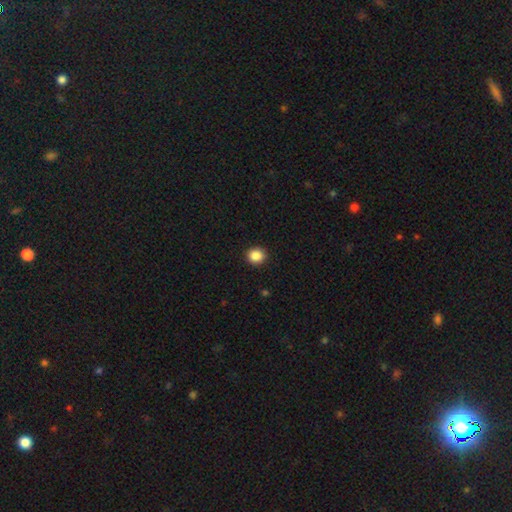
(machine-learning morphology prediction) smooth 88%, star or artifact 10%, featured or disk 3%. Down the decision tree: how rounded — round (87%); merging — none (92%).